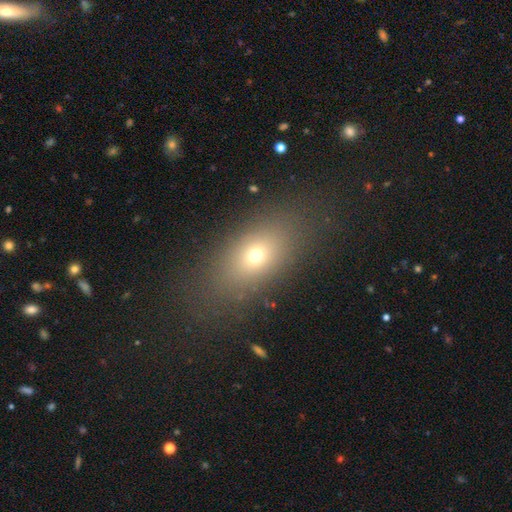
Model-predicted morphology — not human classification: Smooth or featured? Predicted: smooth (p=0.66). How rounded? Predicted: in between (p=0.76). Merging? Predicted: none (p=0.79).